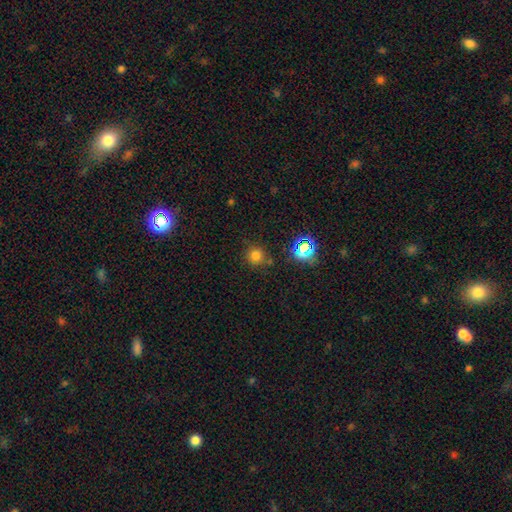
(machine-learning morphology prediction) Smooth or featured: smooth — 73% (star or artifact — 21%)
How rounded: round — 93% (in between — 6%)
Merging: none — 79% (minor disturbance — 11%)